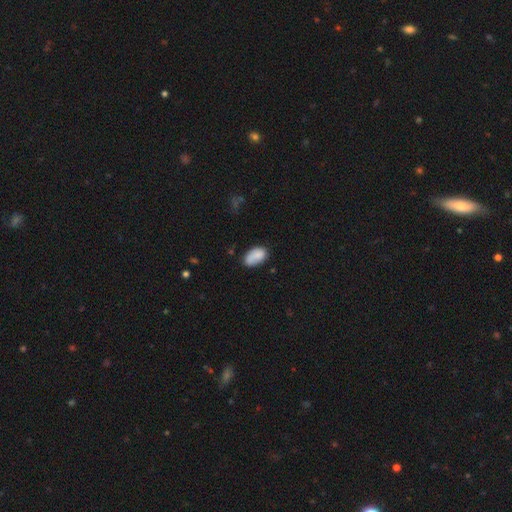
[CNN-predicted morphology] This appears to be a smooth galaxy with no disk features (83%) that is in between round and cigar-shaped (93%). Merging: none (64%).